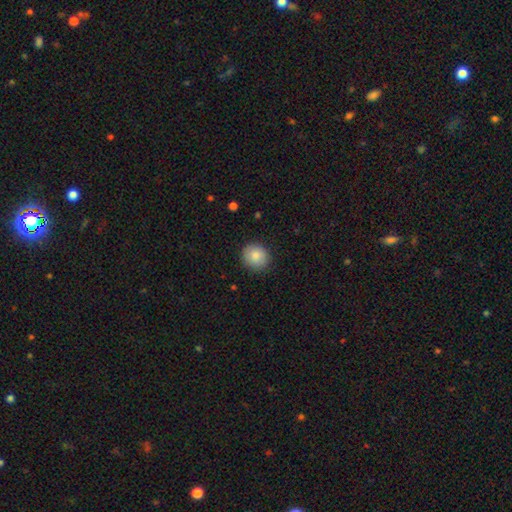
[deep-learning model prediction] smooth-or-featured: smooth: 85% | star or artifact: 8% | featured or disk: 7%
  how-rounded: round: 86% | in between: 13% | cigar-shaped: 1%
  merging: none: 89% | minor disturbance: 8% | major disturbance: 2% | merger: 1%